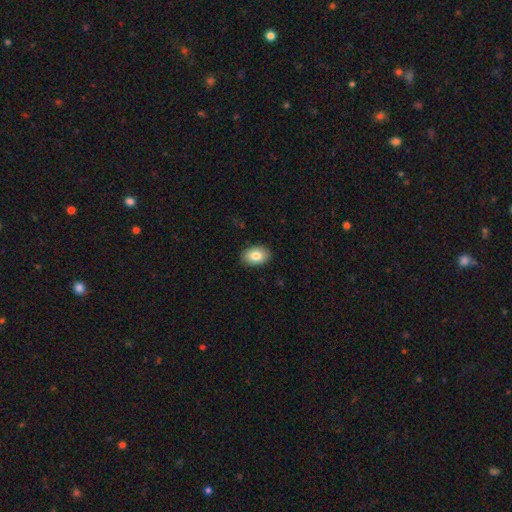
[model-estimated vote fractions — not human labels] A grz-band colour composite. It shows a smooth galaxy with no disk features (83%) that is in between round and cigar-shaped (84%). Merging: none (89%).